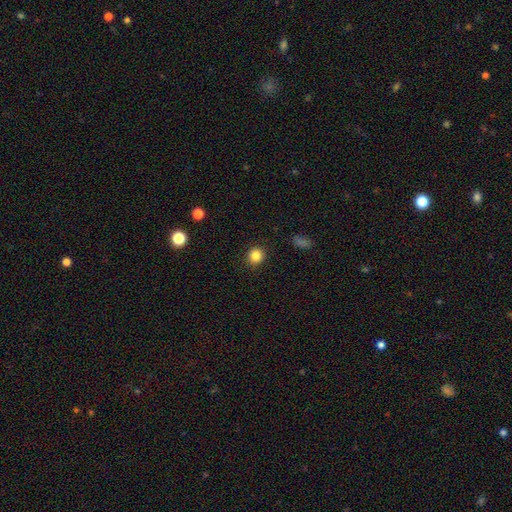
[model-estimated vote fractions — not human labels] Smooth or featured? Predicted: smooth (p=0.84). How rounded? Predicted: round (p=0.87). Merging? Predicted: none (p=0.91).